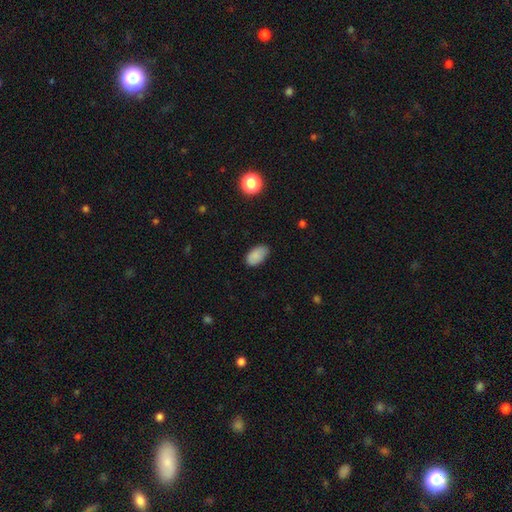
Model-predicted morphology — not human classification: Q: Smooth or featured?
A: smooth (87%); runner-up: star or artifact (8%)
Q: How rounded?
A: in between (94%); runner-up: round (5%)
Q: Merging?
A: none (78%); runner-up: minor disturbance (18%)